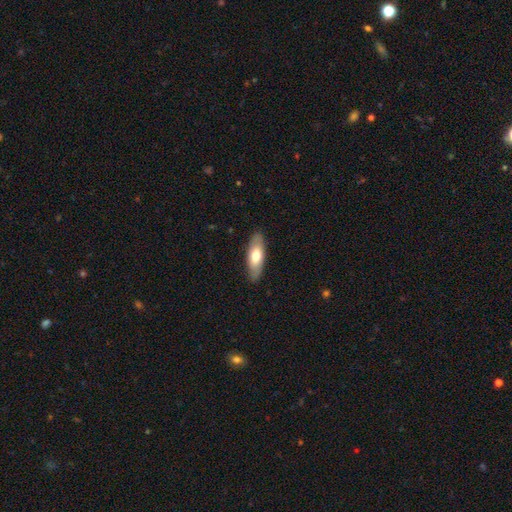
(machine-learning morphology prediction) This appears to be a smooth galaxy with no disk features (67%) that is in between round and cigar-shaped (67%). Merging: none (87%).